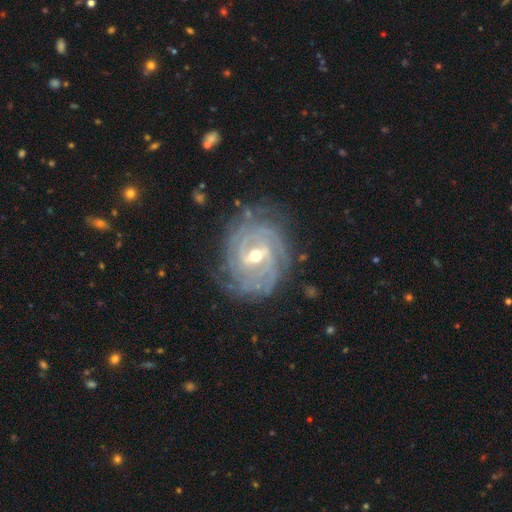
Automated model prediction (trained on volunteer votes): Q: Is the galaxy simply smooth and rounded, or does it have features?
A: featured or disk — 91%.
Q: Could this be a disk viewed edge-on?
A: no — 97%.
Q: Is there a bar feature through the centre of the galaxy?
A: weak — 51%.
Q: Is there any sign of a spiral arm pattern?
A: yes — 97%.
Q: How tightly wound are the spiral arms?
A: tight — 77%.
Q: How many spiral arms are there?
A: can't tell — 26%.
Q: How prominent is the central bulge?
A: moderate — 59%.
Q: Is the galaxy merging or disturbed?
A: none — 75%.